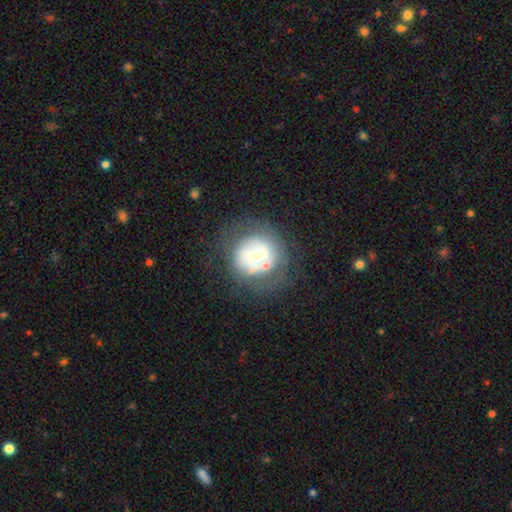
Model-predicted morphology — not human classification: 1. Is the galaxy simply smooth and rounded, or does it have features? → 58% featured or disk, 34% smooth, 8% star or artifact.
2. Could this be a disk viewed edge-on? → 97% no, 3% yes.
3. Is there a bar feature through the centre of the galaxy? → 54% no, 34% weak, 12% strong.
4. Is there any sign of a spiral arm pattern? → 51% no, 49% yes.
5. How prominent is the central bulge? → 48% moderate, 39% small, 8% large, 3% none, 2% dominant.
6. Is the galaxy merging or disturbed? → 58% none, 20% minor disturbance, 16% major disturbance, 6% merger.